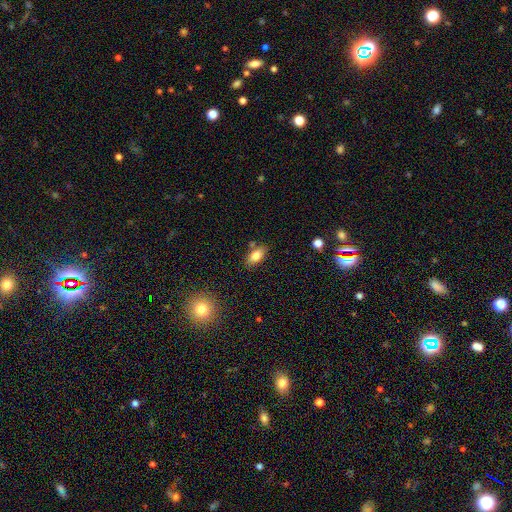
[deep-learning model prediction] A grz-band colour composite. It shows a smooth galaxy with no disk features (79%) that is in between round and cigar-shaped (87%). Merging: none (76%).